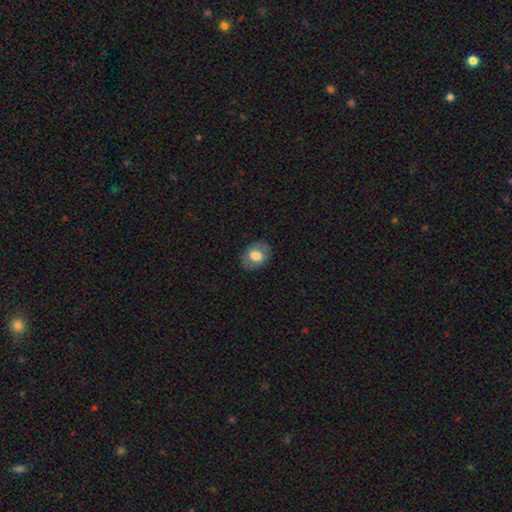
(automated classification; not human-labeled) Smooth or featured? smooth (72%)
How rounded? in between (60%)
Merging? none (83%)